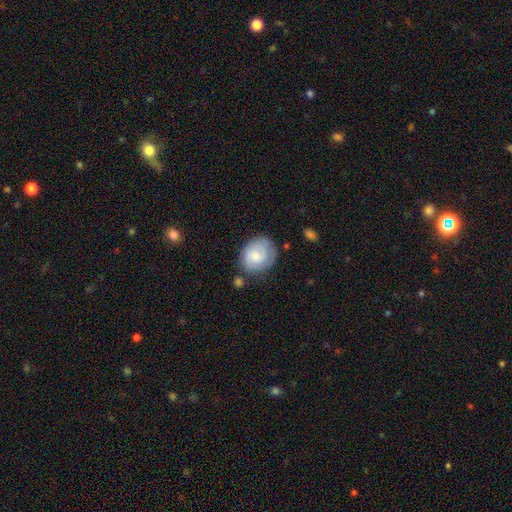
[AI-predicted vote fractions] Morphology: type=smooth (61%); roundness=round (56%); merging=none (62%).